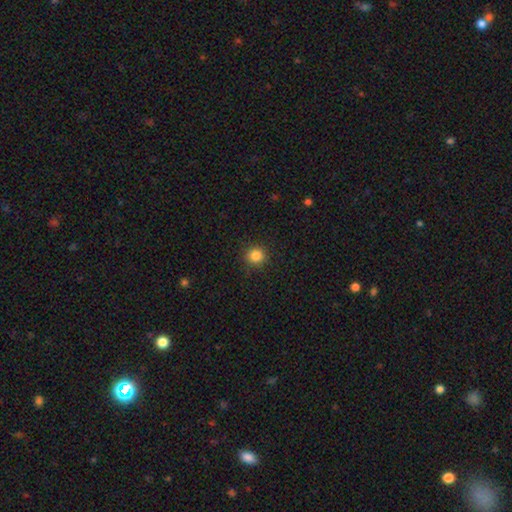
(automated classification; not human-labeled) A smooth galaxy with no disk features (84%) that is round (93%).

Vote fractions:
- Smooth or featured? smooth: 84% / star or artifact: 12% / featured or disk: 4%
- How rounded? round: 93% / in between: 6% / cigar-shaped: 1%
- Merging? none: 91% / minor disturbance: 6% / major disturbance: 2% / merger: 1%